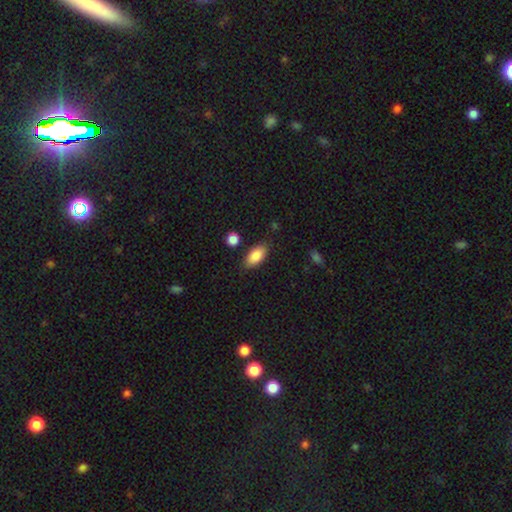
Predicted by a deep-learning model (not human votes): Smooth or featured? smooth (87%)
How rounded? in between (90%)
Merging? none (81%)